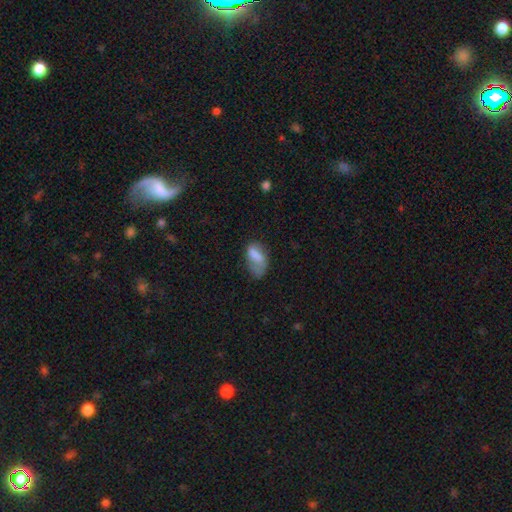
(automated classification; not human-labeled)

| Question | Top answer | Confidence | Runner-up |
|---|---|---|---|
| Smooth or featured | smooth | 71% | featured or disk (20%) |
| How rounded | in between | 90% | round (5%) |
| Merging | none | 36% | minor disturbance (33%) |